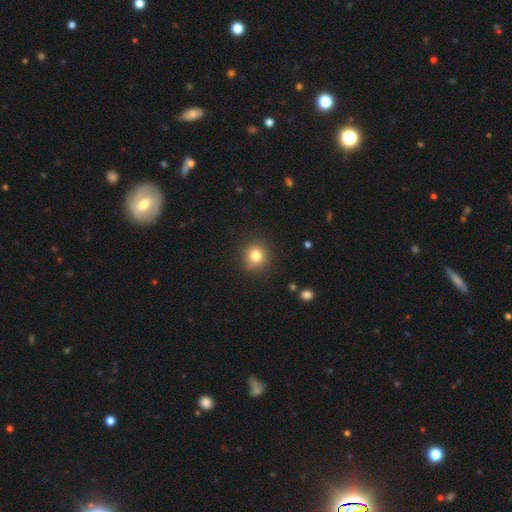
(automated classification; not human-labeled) A smooth galaxy with no disk features (81%) that is round (91%).

Vote fractions:
- Smooth or featured? smooth: 81% / star or artifact: 12% / featured or disk: 7%
- How rounded? round: 91% / in between: 8% / cigar-shaped: 1%
- Merging? none: 88% / minor disturbance: 9% / major disturbance: 2% / merger: 1%